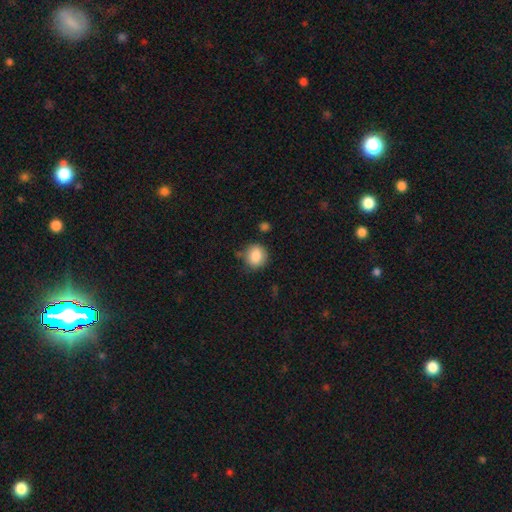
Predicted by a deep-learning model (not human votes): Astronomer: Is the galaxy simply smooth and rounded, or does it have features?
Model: smooth — 85%.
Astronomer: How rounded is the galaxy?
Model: round — 84%.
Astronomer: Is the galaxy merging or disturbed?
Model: none — 77%.